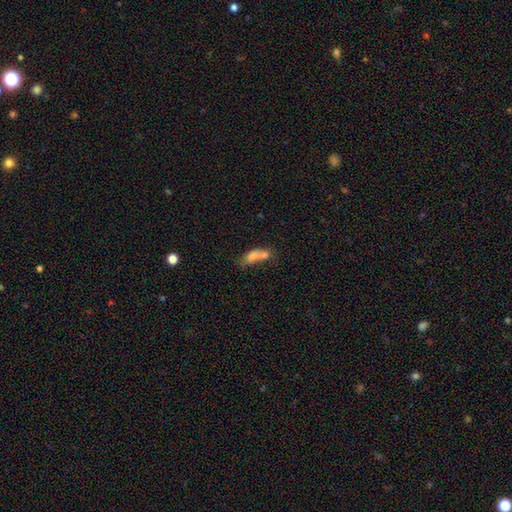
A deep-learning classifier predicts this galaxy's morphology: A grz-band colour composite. It shows a smooth galaxy with no disk features (67%) that is in between round and cigar-shaped (70%). Merging: merger (49%).